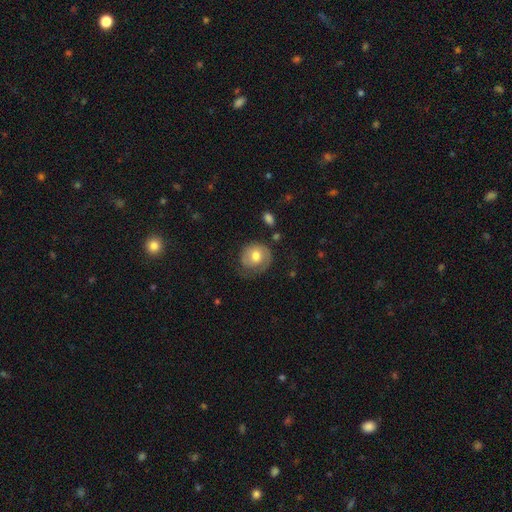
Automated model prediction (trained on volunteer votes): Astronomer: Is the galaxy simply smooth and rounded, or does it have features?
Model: smooth — 52% (runner-up: featured or disk, 41%).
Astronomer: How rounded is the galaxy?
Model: round — 77%.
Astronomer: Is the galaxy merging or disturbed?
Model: none — 57%.